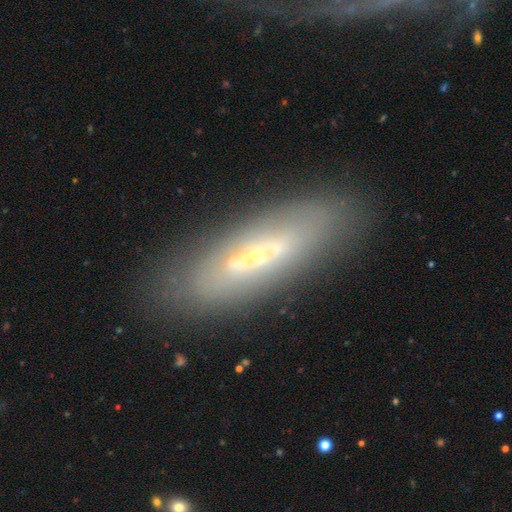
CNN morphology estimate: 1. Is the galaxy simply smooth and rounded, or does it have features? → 58% featured or disk, 32% smooth, 10% star or artifact.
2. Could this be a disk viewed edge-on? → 66% no, 34% yes.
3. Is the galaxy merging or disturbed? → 75% none, 12% minor disturbance, 7% merger, 5% major disturbance.